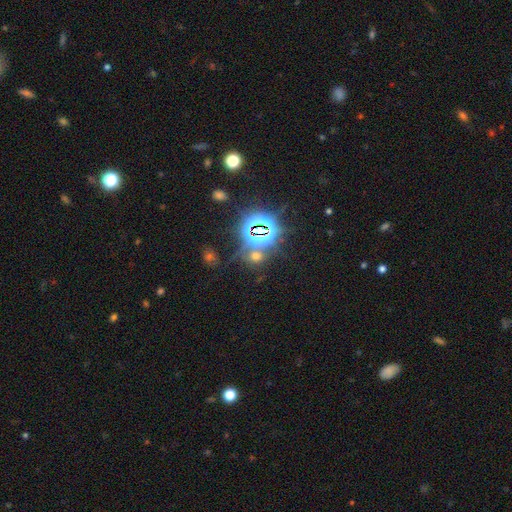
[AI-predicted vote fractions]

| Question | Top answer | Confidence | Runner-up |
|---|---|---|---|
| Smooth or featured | star or artifact | 60% | smooth (32%) |